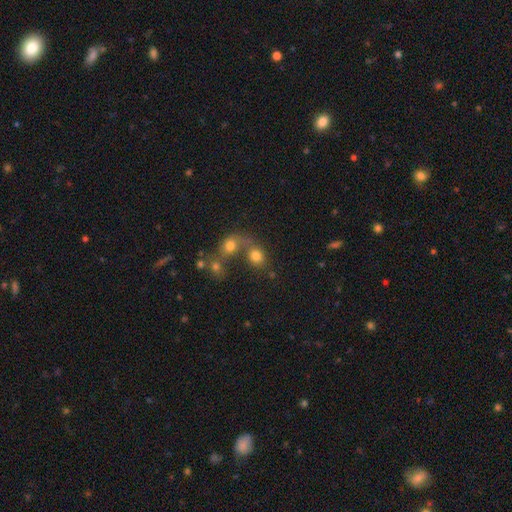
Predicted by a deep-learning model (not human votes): Smooth or featured: smooth — 75% (star or artifact — 13%)
How rounded: round — 64% (in between — 35%)
Merging: merger — 55% (none — 30%)